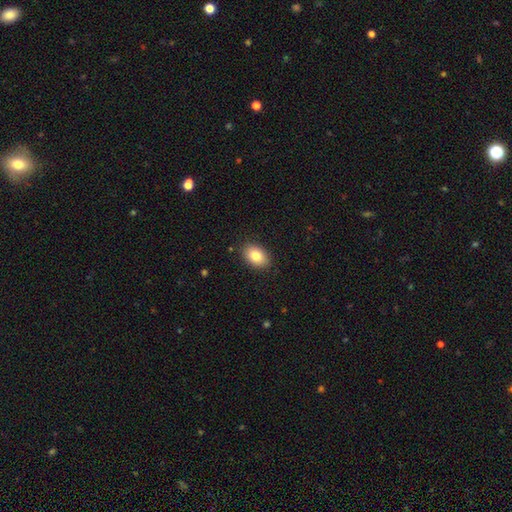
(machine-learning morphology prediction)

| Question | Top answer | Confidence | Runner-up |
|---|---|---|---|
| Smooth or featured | smooth | 81% | featured or disk (11%) |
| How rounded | in between | 85% | round (14%) |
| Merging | none | 89% | minor disturbance (8%) |